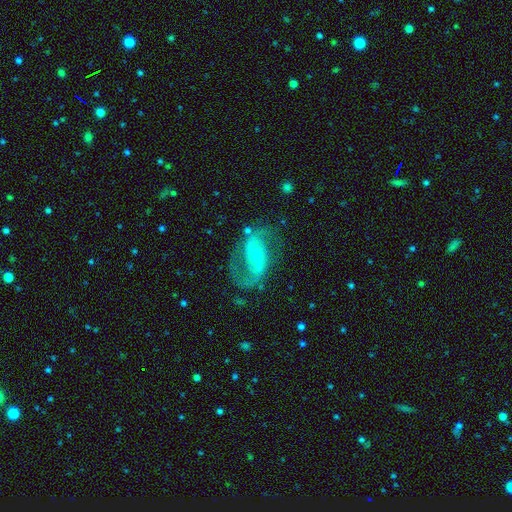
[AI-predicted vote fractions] smooth-or-featured: featured or disk: 85% | smooth: 10% | star or artifact: 6%
  disk-edge-on: no: 96% | yes: 4%
    bar: weak: 39% | strong: 33% | no: 28%
    has-spiral-arms: yes: 92% | no: 8%
      spiral-winding: medium: 51% | loose: 33% | tight: 16%
      spiral-arm-count: 2: 86% | 1: 6% | can't tell: 5% | 3: 1% | 4: 1% | more than 4: 1%
    bulge-size: small: 57% | moderate: 38% | large: 3% | none: 2% | dominant: 1%
  merging: none: 67% | minor disturbance: 17% | major disturbance: 14% | merger: 2%